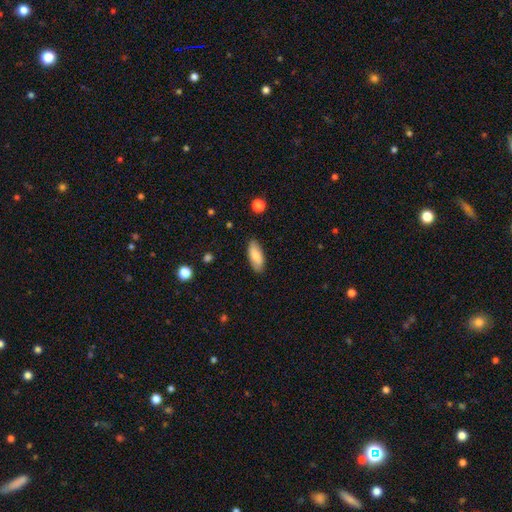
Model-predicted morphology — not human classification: Smooth or featured? smooth (81%)
How rounded? in between (81%)
Merging? none (85%)